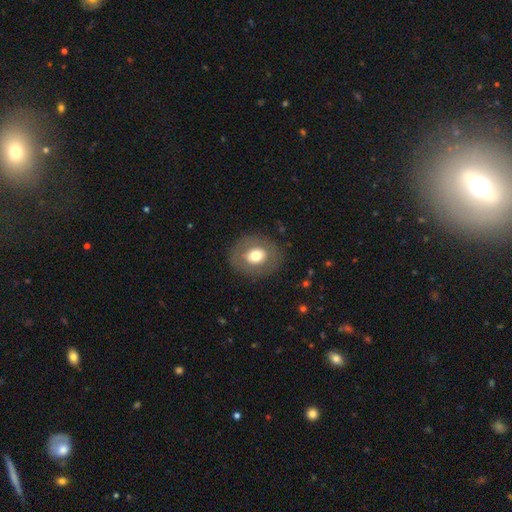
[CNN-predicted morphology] Q: Smooth or featured?
A: smooth (63%); runner-up: featured or disk (28%)
Q: How rounded?
A: round (65%); runner-up: in between (34%)
Q: Merging?
A: none (84%); runner-up: minor disturbance (10%)